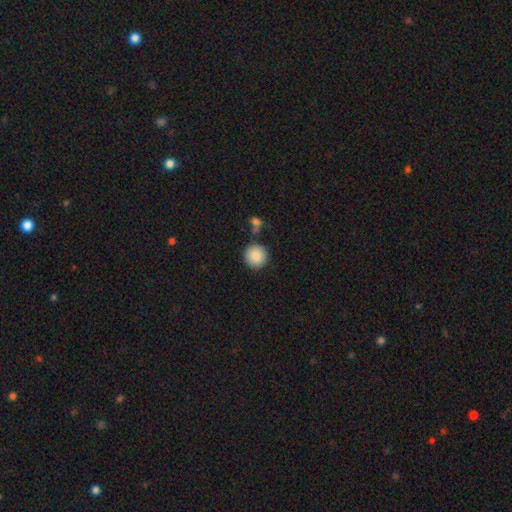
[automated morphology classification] Overall: smooth (88%). How rounded: round (95%). Merging: none (85%).